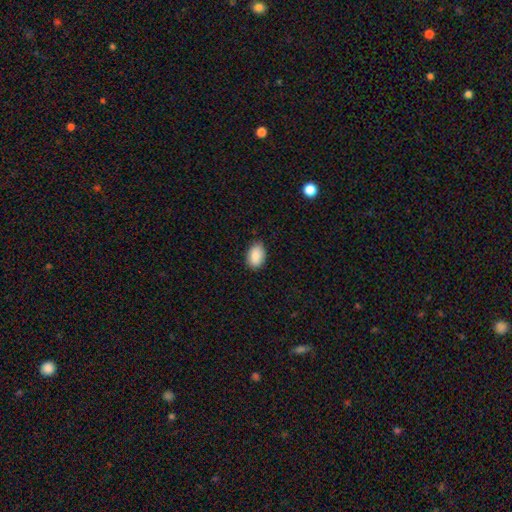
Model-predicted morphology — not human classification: Smooth or featured?
  - smooth: 89% *
  - star or artifact: 7%
  - featured or disk: 4%
How rounded?
  - in between: 87% *
  - round: 12%
  - cigar-shaped: 1%
Merging?
  - none: 82% *
  - minor disturbance: 15%
  - major disturbance: 2%
  - merger: 1%